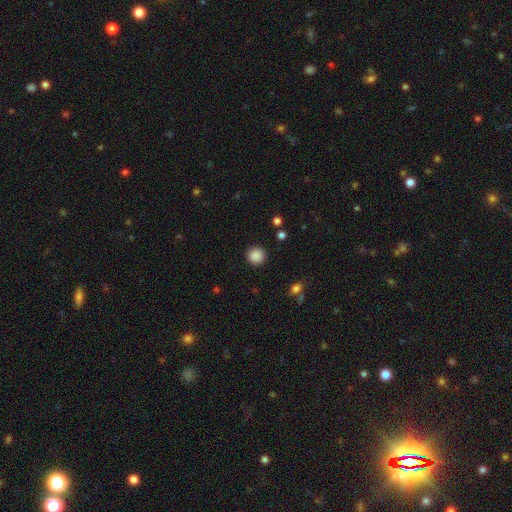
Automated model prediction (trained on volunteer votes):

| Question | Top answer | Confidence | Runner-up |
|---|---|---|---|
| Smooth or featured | smooth | 88% | star or artifact (9%) |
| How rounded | round | 94% | in between (5%) |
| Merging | none | 91% | minor disturbance (5%) |